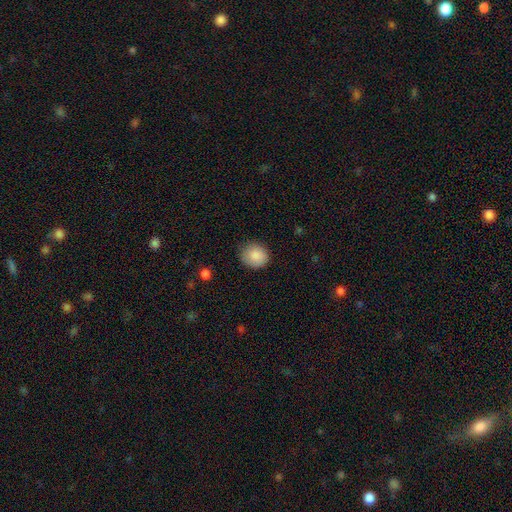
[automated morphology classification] This appears to be a smooth galaxy with no disk features (88%) that is round (80%). Merging: none (82%).